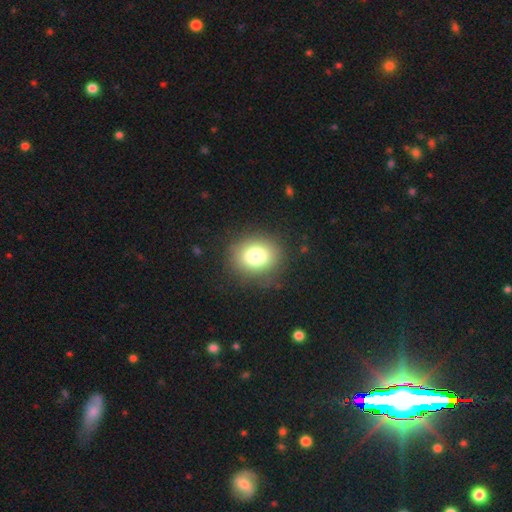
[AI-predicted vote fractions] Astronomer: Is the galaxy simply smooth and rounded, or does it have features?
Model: smooth — 80%.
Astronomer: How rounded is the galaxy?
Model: round — 61% (runner-up: in between, 38%).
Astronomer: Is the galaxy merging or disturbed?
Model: none — 84%.